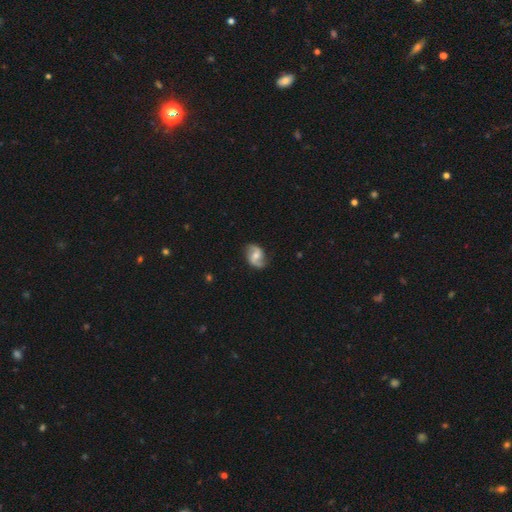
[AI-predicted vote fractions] Overall: featured or disk (79%). Edge-on disk: no (98%). Bar: weak (47%; no 37%). Spiral arms: yes (95%). Spiral arm count: 2 (92%). Spiral winding: loose (56%; medium 34%). Bulge size: moderate (55%; small 34%). Merging: none (79%).